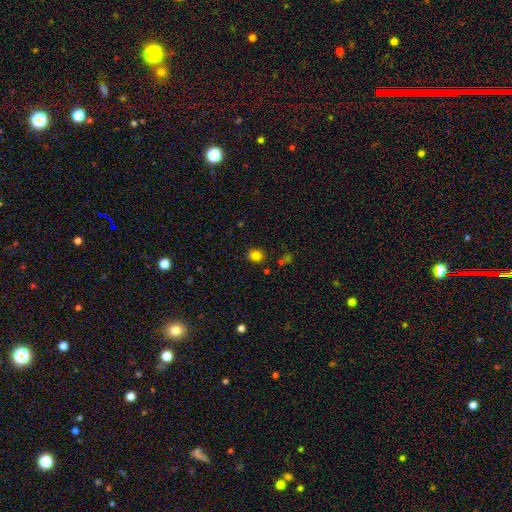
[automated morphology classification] The model was most divided on "how rounded": round: 72%, in between: 27%, cigar-shaped: 1%. More confident: merging — none (85%); smooth or featured — smooth (81%).